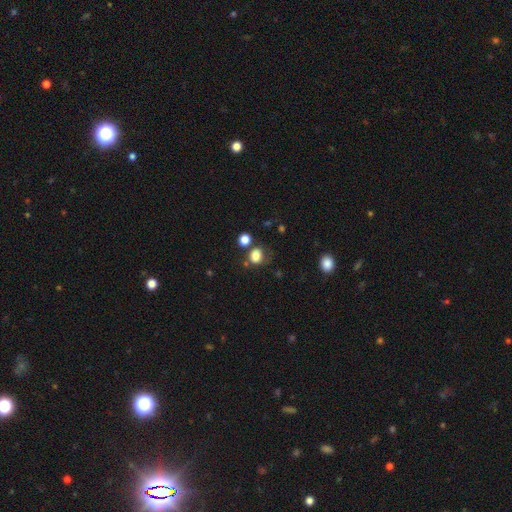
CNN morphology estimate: A smooth galaxy with no disk features (81%) that is round (58%). Merging: none (57%).